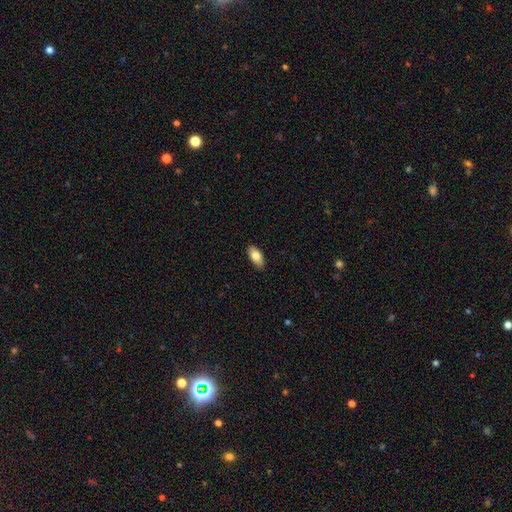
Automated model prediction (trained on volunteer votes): Smooth or featured? smooth (80%)
How rounded? in between (90%)
Merging? none (87%)